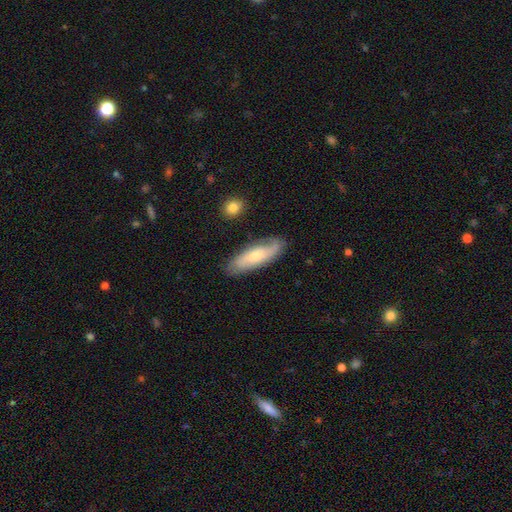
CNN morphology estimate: A featured or disk galaxy (47%).

Vote fractions:
- Smooth or featured? featured or disk: 47% / smooth: 46% / star or artifact: 7%
- Merging? none: 78% / minor disturbance: 16% / major disturbance: 4% / merger: 2%